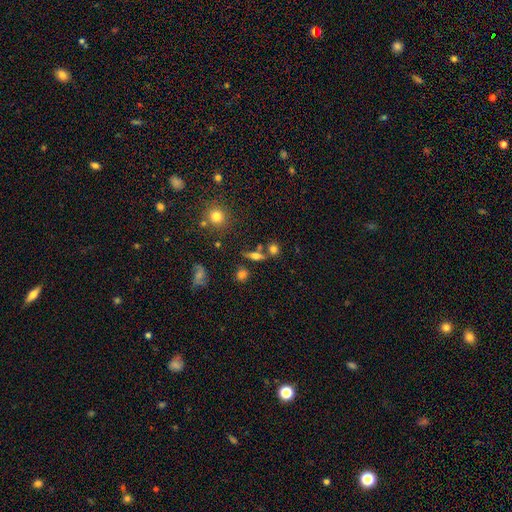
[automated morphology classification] The model was most divided on "how rounded": in between: 39%, round: 35%, cigar-shaped: 25%. More confident: merging — none (62%); smooth or featured — smooth (57%).